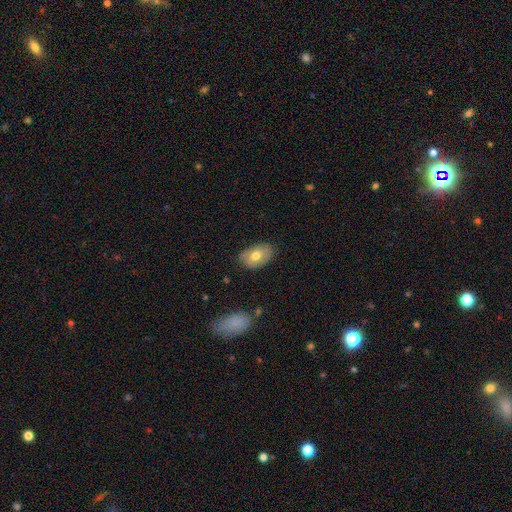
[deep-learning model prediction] Morphology: type=smooth (66%); roundness=in between (87%); merging=none (78%).